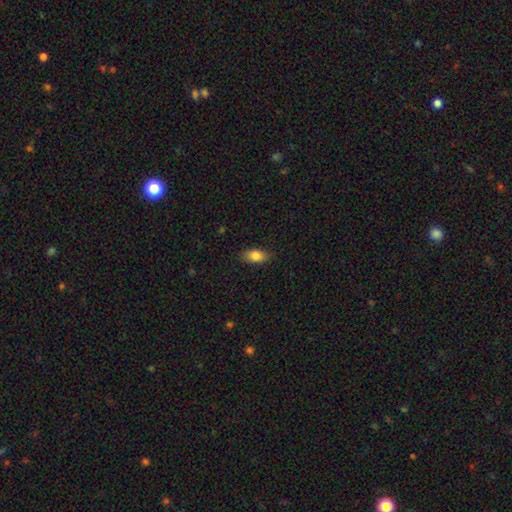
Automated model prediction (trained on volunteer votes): Overall: smooth (82%). How rounded: in between (87%). Merging: none (84%).